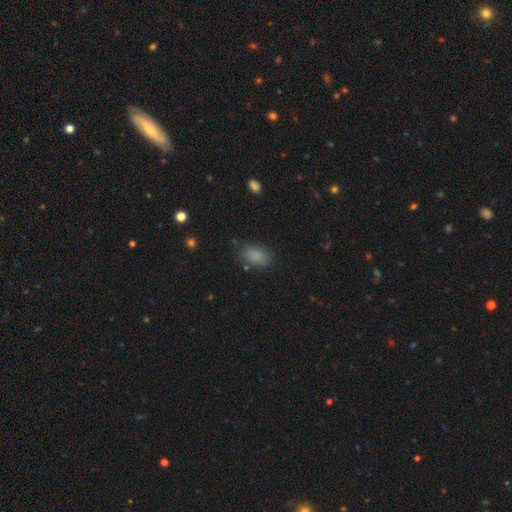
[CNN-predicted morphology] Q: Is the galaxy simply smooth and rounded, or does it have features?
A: smooth — 85%.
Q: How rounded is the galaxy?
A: in between — 88%.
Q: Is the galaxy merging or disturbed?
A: none — 79%.